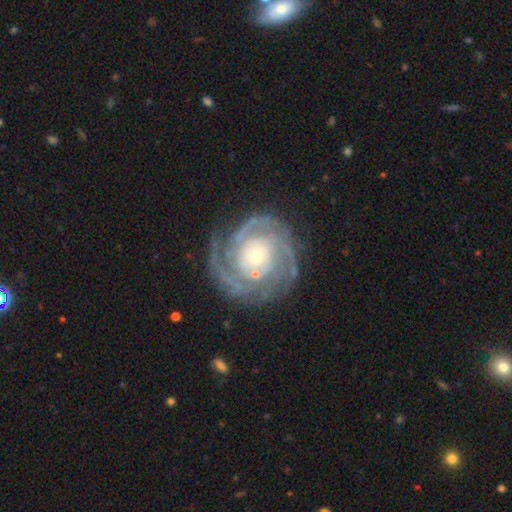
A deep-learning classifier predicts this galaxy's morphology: Smooth or featured? featured or disk (89%)
Edge-on disk? no (98%)
Bar? no (78%)
Spiral arms? yes (97%)
Spiral winding? tight (73%)
Spiral arm count? 3 (28%)
Bulge size? small (69%)
Merging? none (77%)